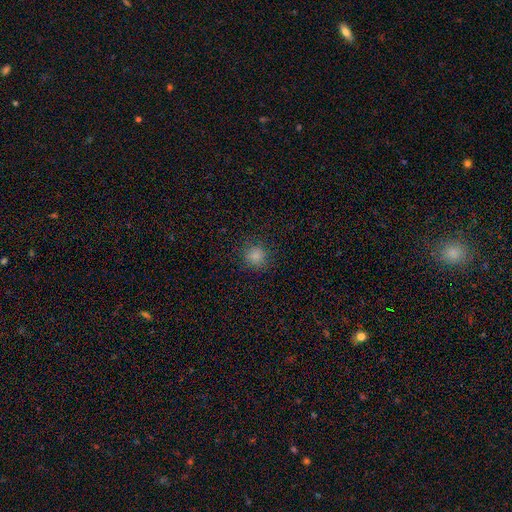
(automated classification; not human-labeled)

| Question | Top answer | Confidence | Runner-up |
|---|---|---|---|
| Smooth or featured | smooth | 82% | star or artifact (14%) |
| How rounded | round | 90% | in between (9%) |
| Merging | none | 87% | minor disturbance (8%) |